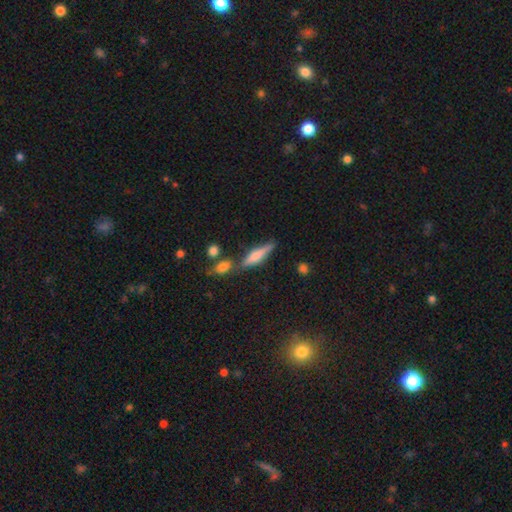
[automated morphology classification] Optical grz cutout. It shows a featured or disk galaxy (49%). Merging: none (67%).